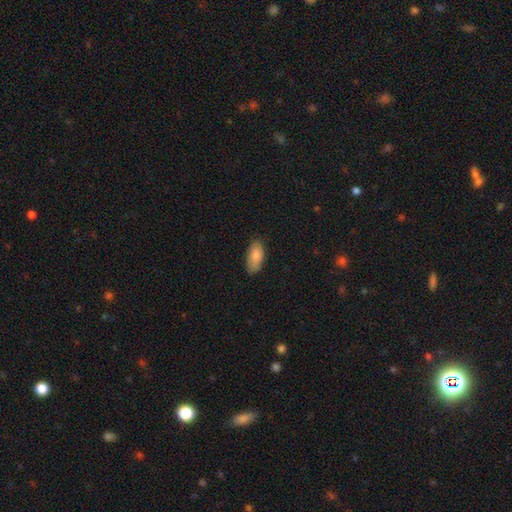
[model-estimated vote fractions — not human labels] Morphology: type=smooth (85%); roundness=in between (88%); merging=none (81%).